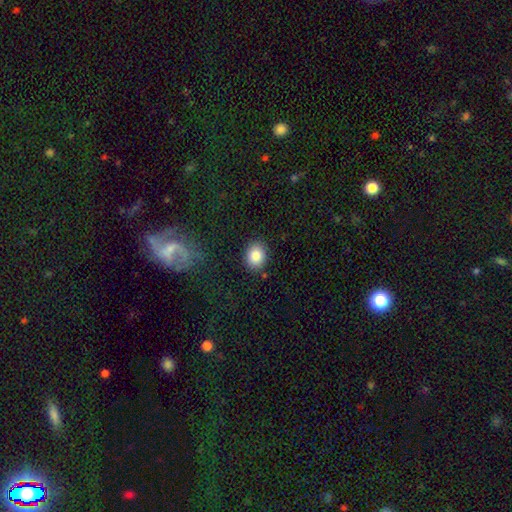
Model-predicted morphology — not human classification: A smooth galaxy with no disk features (84%) that is round (53%).

Vote fractions:
- Smooth or featured? smooth: 84% / star or artifact: 9% / featured or disk: 7%
- How rounded? round: 53% / in between: 46% / cigar-shaped: 1%
- Merging? none: 87% / minor disturbance: 9% / major disturbance: 2% / merger: 2%